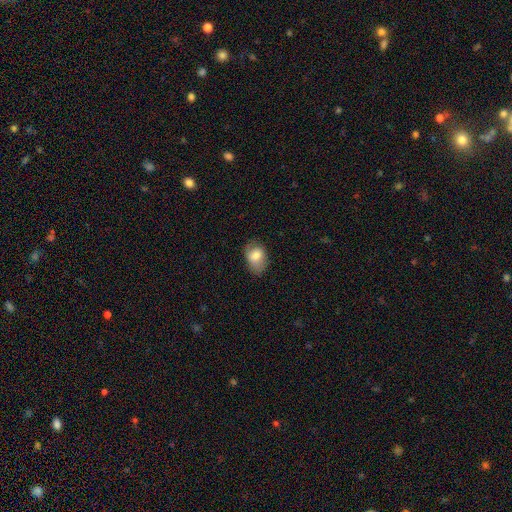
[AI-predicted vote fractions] smooth 77%, featured or disk 16%, star or artifact 8%. Down the decision tree: how rounded — in between (82%); merging — none (65%).